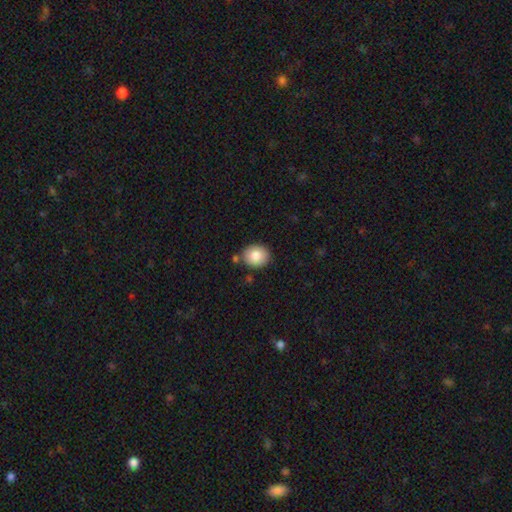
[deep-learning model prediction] The model was most divided on "how rounded": round: 73%, in between: 26%, cigar-shaped: 1%. More confident: smooth or featured — smooth (84%); merging — none (81%).